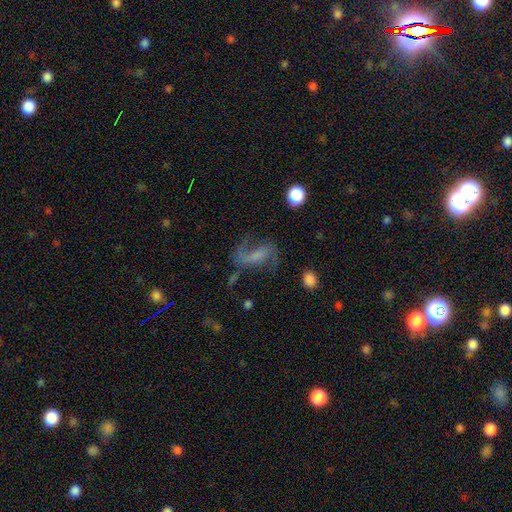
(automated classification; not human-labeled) Smooth or featured? Predicted: featured or disk (p=0.67). Edge-on disk? Predicted: no (p=0.95). Bar? Predicted: weak (p=0.41). Spiral arms? Predicted: yes (p=0.88). Spiral winding? Predicted: loose (p=0.64). Spiral arm count? Predicted: 2 (p=0.79). Bulge size? Predicted: none (p=0.47). Merging? Predicted: none (p=0.54).